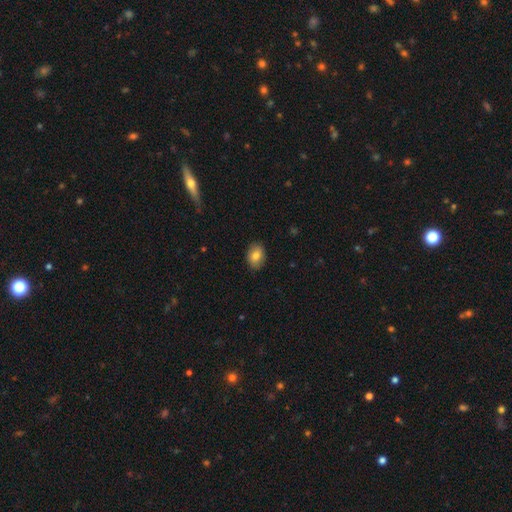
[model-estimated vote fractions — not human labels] The model was most divided on "how rounded": in between: 73%, round: 26%, cigar-shaped: 1%. More confident: merging — none (87%); smooth or featured — smooth (80%).